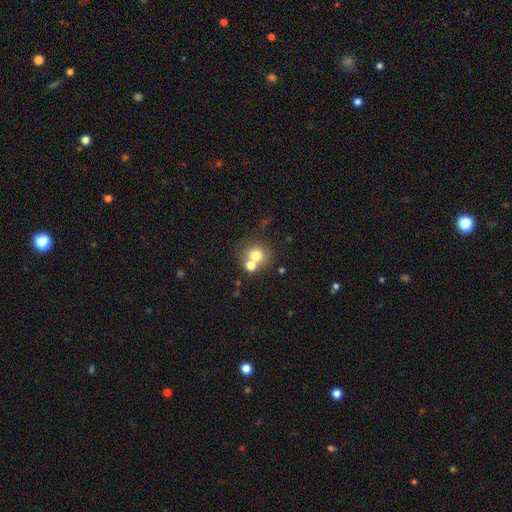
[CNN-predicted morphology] smooth 72%, featured or disk 16%, star or artifact 12%. Down the decision tree: how rounded — round (84%); merging — none (49%).